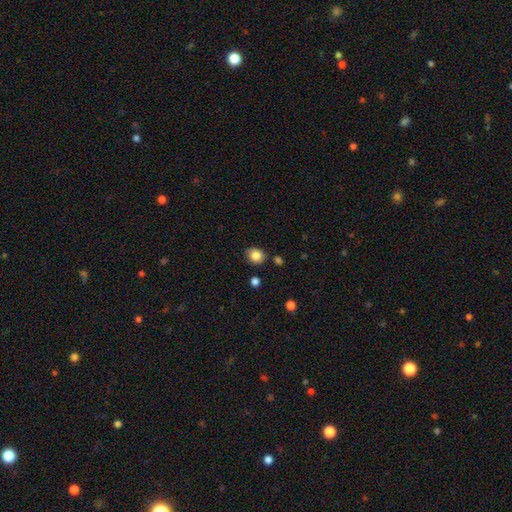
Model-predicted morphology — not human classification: smooth-or-featured: smooth: 84% | star or artifact: 10% | featured or disk: 6%
  how-rounded: round: 73% | in between: 27% | cigar-shaped: 1%
  merging: none: 83% | minor disturbance: 11% | merger: 4% | major disturbance: 2%